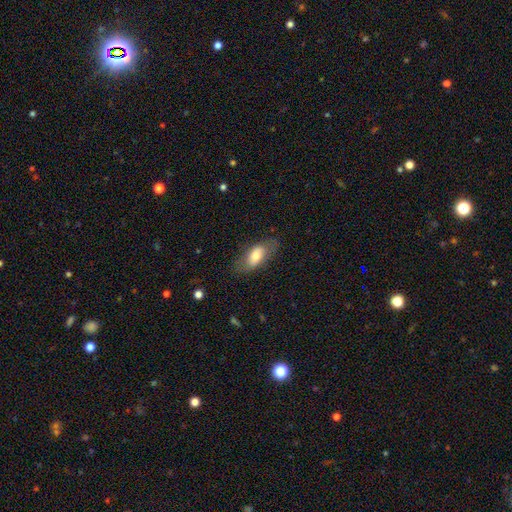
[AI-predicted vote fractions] Smooth or featured: smooth — 68% (featured or disk — 25%)
How rounded: in between — 85% (cigar-shaped — 11%)
Merging: none — 74% (minor disturbance — 17%)